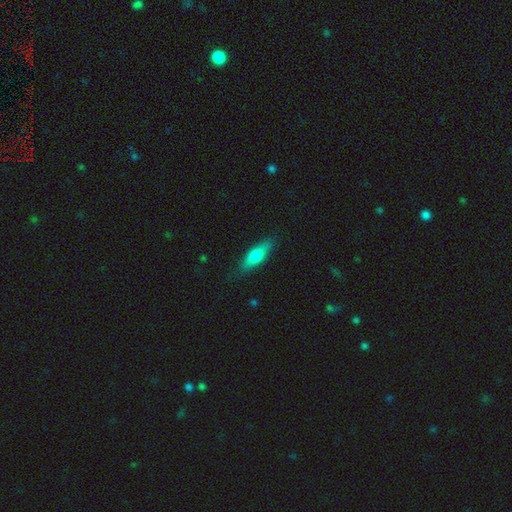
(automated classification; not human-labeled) The model was most divided on "how rounded": in between: 53%, cigar-shaped: 44%, round: 3%. More confident: merging — none (82%); smooth or featured — smooth (72%).